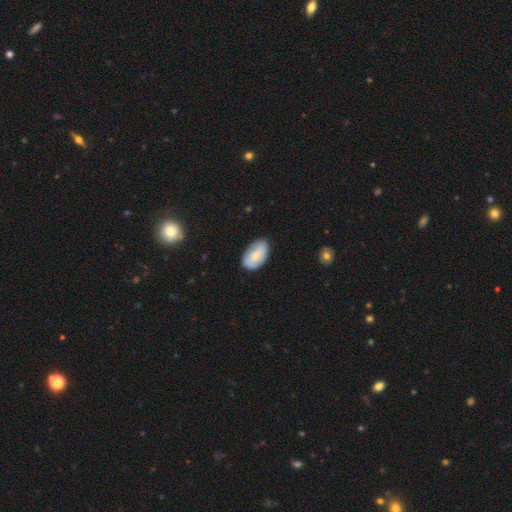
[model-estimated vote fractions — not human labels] Overall: smooth (66%; featured or disk 28%). How rounded: in between (92%). Merging: none (78%).